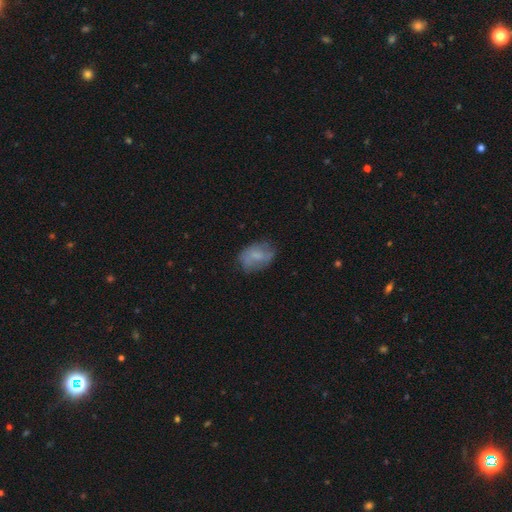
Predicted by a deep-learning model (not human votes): Smooth or featured: smooth — 62% (featured or disk — 29%)
How rounded: in between — 76% (round — 22%)
Merging: none — 66% (minor disturbance — 24%)